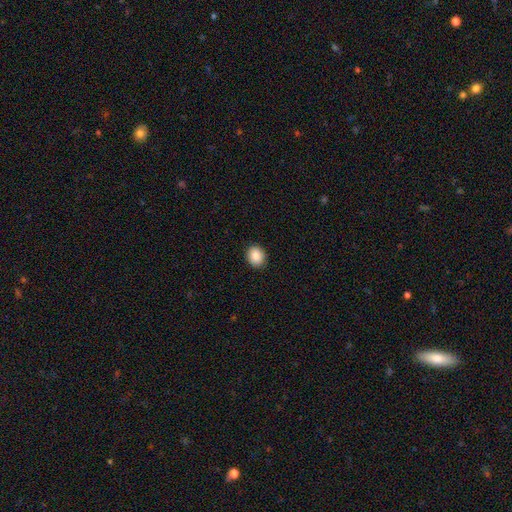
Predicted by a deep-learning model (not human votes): A smooth galaxy with no disk features (87%) that is round (68%).

Vote fractions:
- Smooth or featured? smooth: 87% / star or artifact: 8% / featured or disk: 5%
- How rounded? round: 68% / in between: 32% / cigar-shaped: 1%
- Merging? none: 91% / minor disturbance: 6% / major disturbance: 2% / merger: 1%